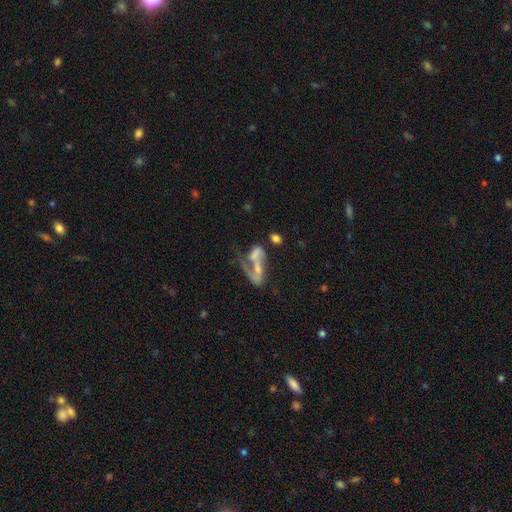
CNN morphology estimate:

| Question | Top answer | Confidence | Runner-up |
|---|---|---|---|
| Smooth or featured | featured or disk | 63% | smooth (24%) |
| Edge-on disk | no | 91% | yes (9%) |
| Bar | no | 57% | weak (25%) |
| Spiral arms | yes | 54% | no (46%) |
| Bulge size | small | 38% | none (31%) |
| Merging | merger | 39% | major disturbance (29%) |